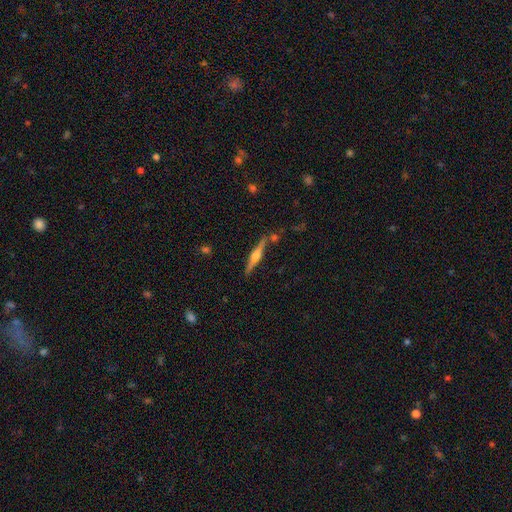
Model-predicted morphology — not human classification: Smooth or featured?
  - featured or disk: 75% *
  - smooth: 19%
  - star or artifact: 6%
Edge-on disk?
  - yes: 98% *
  - no: 2%
Edge-on bulge?
  - rounded: 87% *
  - boxy: 10%
  - none: 3%
Merging?
  - none: 83% *
  - minor disturbance: 10%
  - merger: 5%
  - major disturbance: 2%